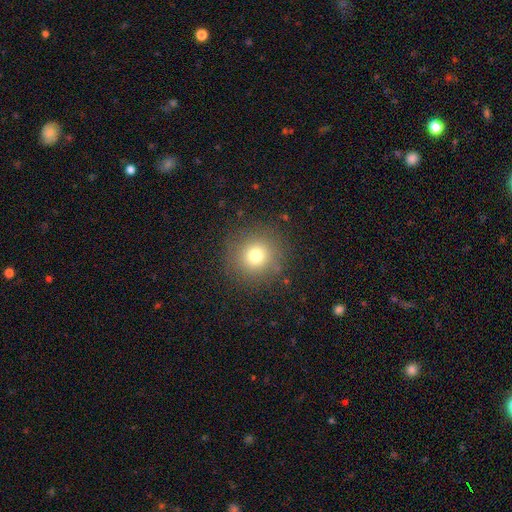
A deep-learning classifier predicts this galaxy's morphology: The model was most divided on "smooth or featured": smooth: 75%, star or artifact: 15%, featured or disk: 10%. More confident: how rounded — round (94%); merging — none (87%).